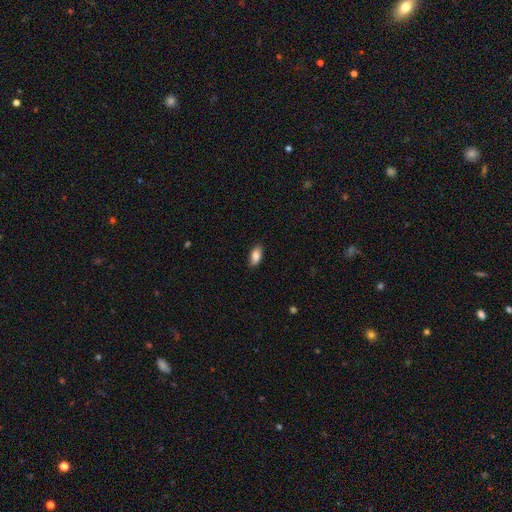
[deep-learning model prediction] Overall: smooth (83%). How rounded: in between (90%). Merging: none (86%).